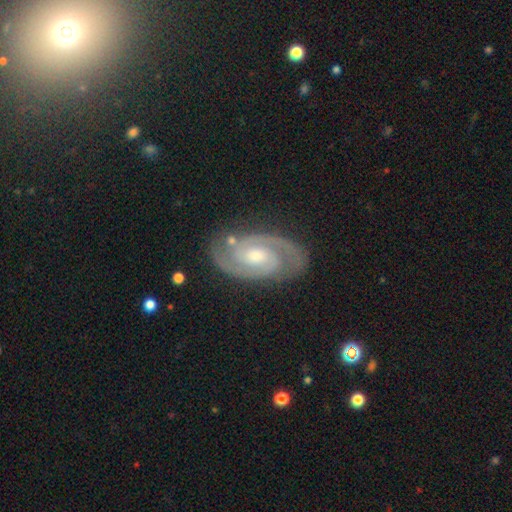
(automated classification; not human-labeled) A featured or disk galaxy (92%) with no bar (51%), 2 (92%) tight (61%) spiral arms (98%) and a moderate central bulge (60%). Merging: none (82%).